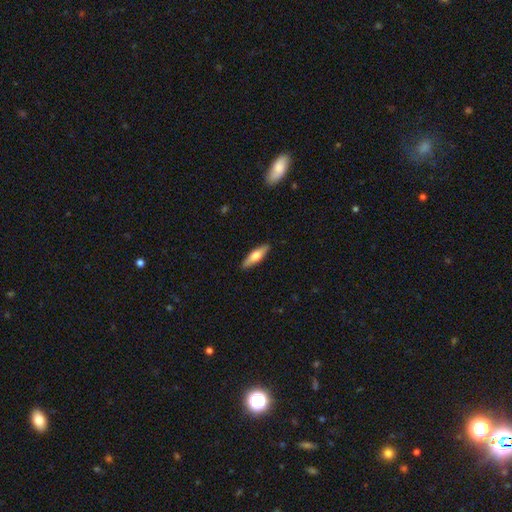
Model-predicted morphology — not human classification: smooth 55%, featured or disk 40%, star or artifact 6%. Down the decision tree: how rounded — cigar-shaped (65%); merging — none (90%).